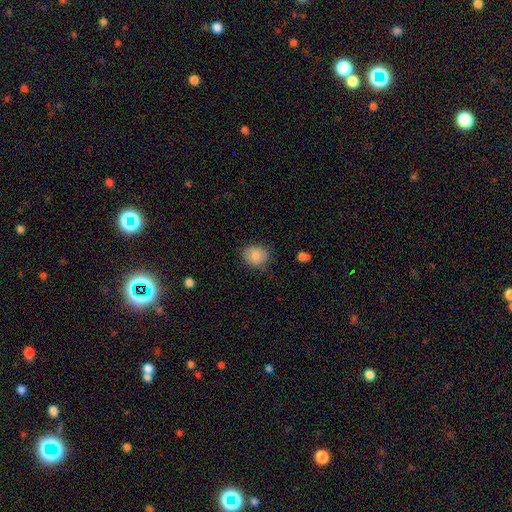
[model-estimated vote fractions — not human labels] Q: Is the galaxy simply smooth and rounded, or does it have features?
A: smooth — 83%.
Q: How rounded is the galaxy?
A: round — 60%.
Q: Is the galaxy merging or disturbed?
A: none — 77%.